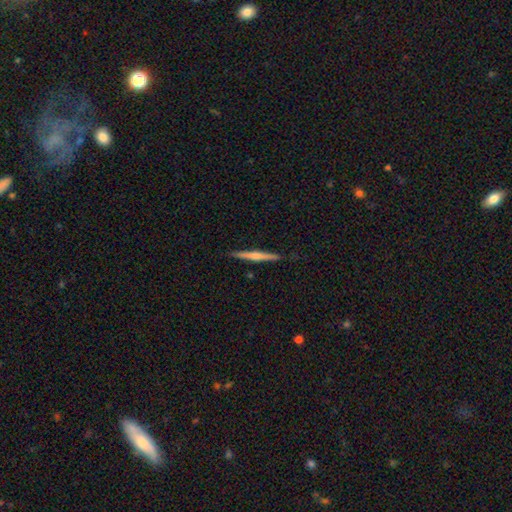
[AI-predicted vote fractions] This is likely a featured or disk galaxy (71%). It is clearly viewed edge-on (98%). Edge-on bulge: likely rounded (77%). Merging: clearly none (91%).